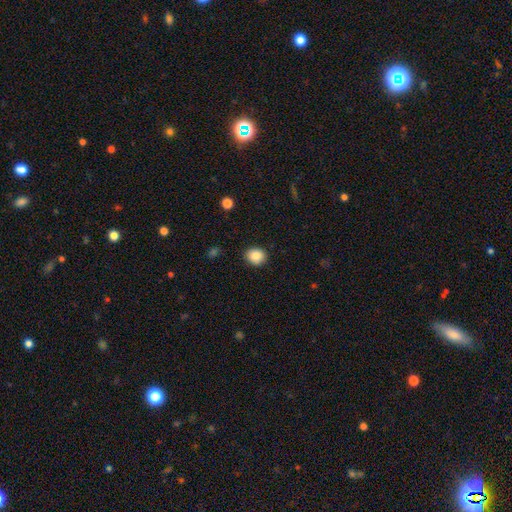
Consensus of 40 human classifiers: Q: Smooth or featured?
A: smooth (95%); runner-up: featured or disk (2%)
Q: How rounded?
A: round (74%); runner-up: in between (26%)
Q: Merging?
A: none (97%); runner-up: minor disturbance (3%)